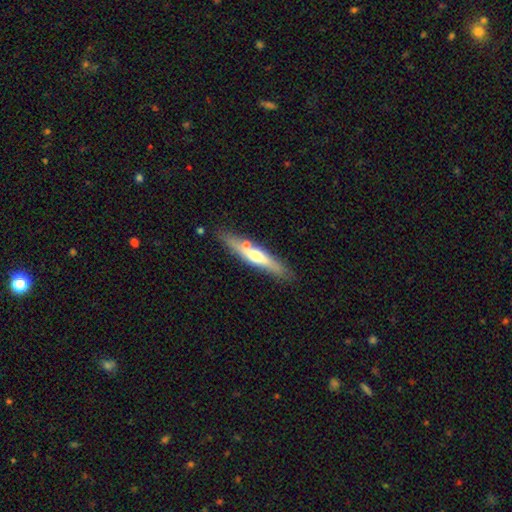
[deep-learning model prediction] This appears to be a featured or disk galaxy (52%) viewed edge-on (89%). Merging: none (78%).